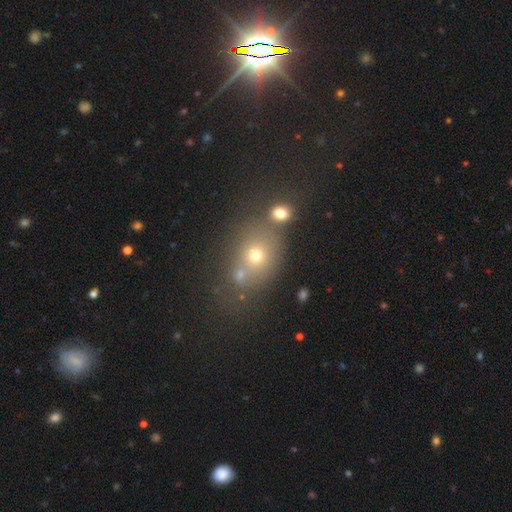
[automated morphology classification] Smooth or featured: smooth — 60% (star or artifact — 23%)
How rounded: round — 56% (in between — 43%)
Merging: none — 50% (merger — 30%)